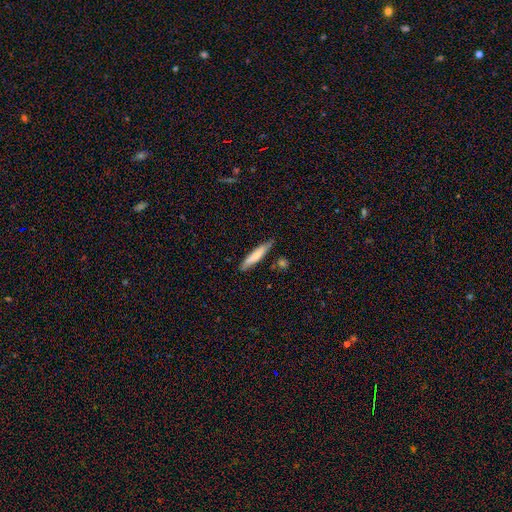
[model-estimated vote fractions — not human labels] Smooth or featured?
  - smooth: 68% *
  - featured or disk: 26%
  - star or artifact: 6%
How rounded?
  - cigar-shaped: 88% *
  - in between: 11%
  - round: 1%
Merging?
  - none: 80% *
  - minor disturbance: 15%
  - merger: 3%
  - major disturbance: 2%